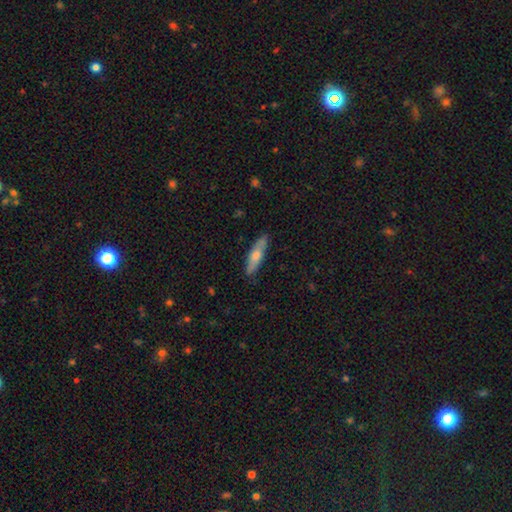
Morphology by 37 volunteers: Smooth or featured? 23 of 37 (62%) said featured or disk. Edge-on disk? 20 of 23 (87%) said yes. Edge-on bulge? 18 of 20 (90%) said rounded. Merging? 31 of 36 (86%) said none.